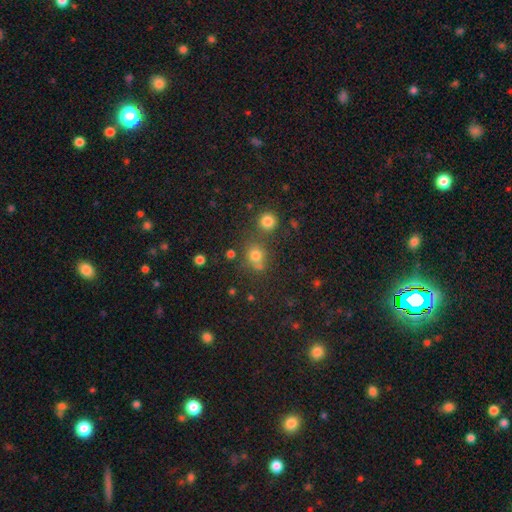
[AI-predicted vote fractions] smooth_or_featured: smooth (p=0.71) [alt: star or artifact p=0.21]
how_rounded: round (p=0.78) [alt: in between p=0.20]
merging: none (p=0.61) [alt: merger p=0.22]